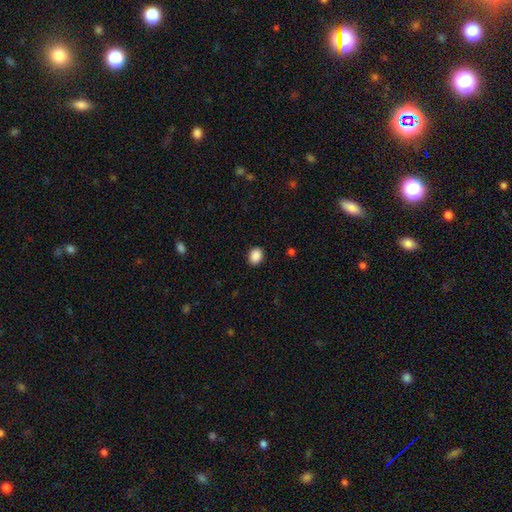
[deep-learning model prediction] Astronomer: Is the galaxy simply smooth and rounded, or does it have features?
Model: smooth — 89%.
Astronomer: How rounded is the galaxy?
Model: in between — 53% (runner-up: round, 46%).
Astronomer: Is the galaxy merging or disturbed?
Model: none — 89%.